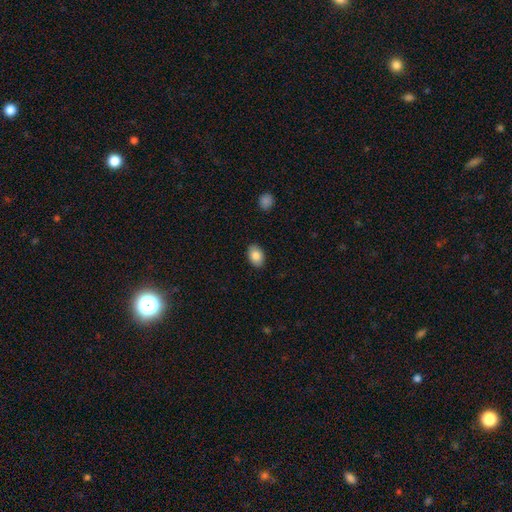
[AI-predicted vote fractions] Q: Smooth or featured?
A: smooth (85%); runner-up: featured or disk (8%)
Q: How rounded?
A: in between (84%); runner-up: round (15%)
Q: Merging?
A: none (89%); runner-up: minor disturbance (8%)